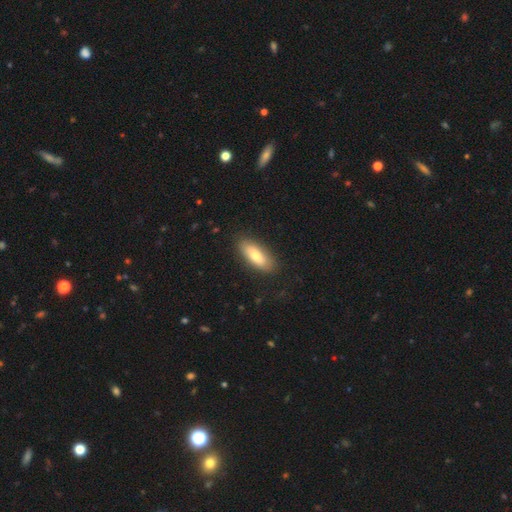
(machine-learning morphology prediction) type=smooth (78%); roundness=in between (74%); merging=none (85%).